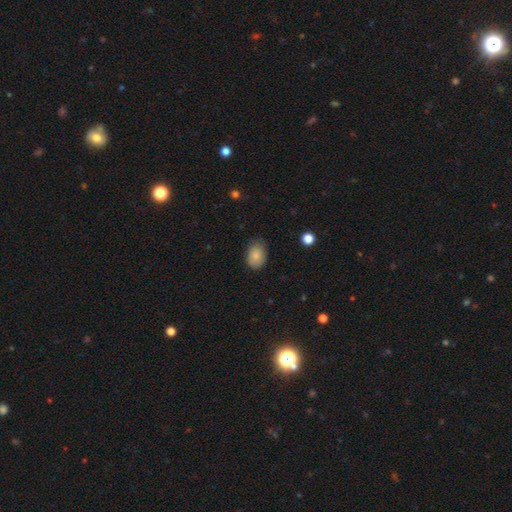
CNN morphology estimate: A smooth galaxy with no disk features (84%) that is in between round and cigar-shaped (80%). Merging: none (76%).